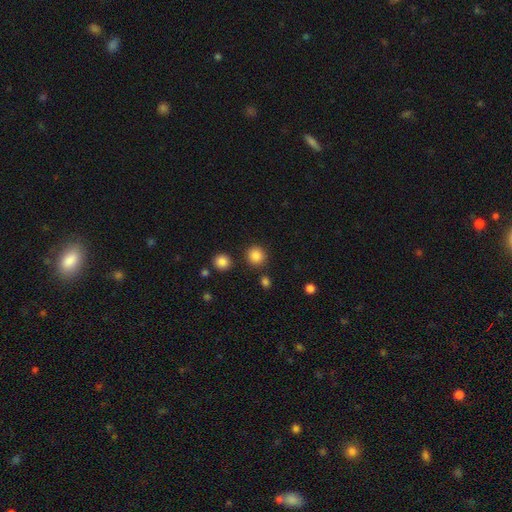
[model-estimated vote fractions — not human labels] Smooth or featured?
  - smooth: 85% *
  - star or artifact: 11%
  - featured or disk: 4%
How rounded?
  - round: 93% *
  - in between: 6%
  - cigar-shaped: 1%
Merging?
  - none: 87% *
  - minor disturbance: 6%
  - merger: 4%
  - major disturbance: 3%